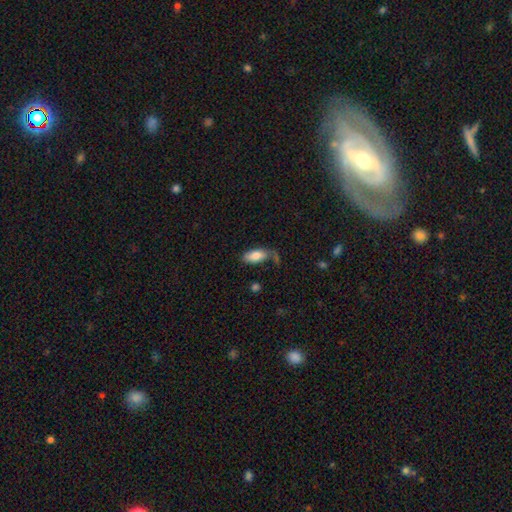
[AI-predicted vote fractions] Smooth or featured? smooth (77%)
How rounded? in between (88%)
Merging? none (50%)